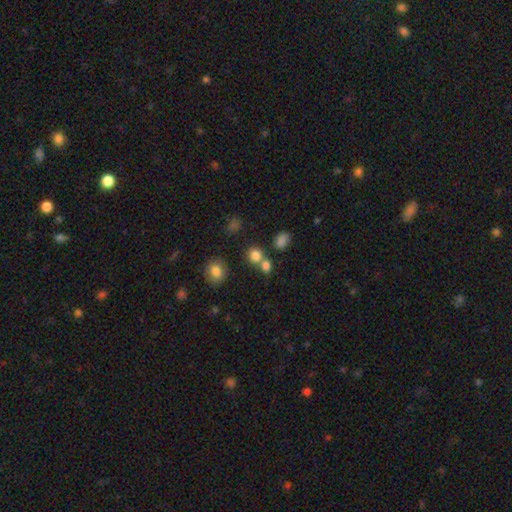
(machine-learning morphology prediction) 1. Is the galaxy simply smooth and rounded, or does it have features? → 79% smooth, 14% star or artifact, 7% featured or disk.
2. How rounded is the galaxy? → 79% round, 20% in between, 1% cigar-shaped.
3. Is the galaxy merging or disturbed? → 55% none, 34% merger, 8% minor disturbance, 4% major disturbance.